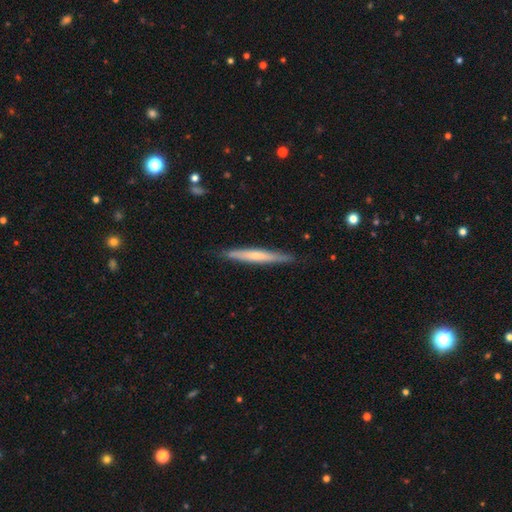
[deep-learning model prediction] Smooth or featured: smooth — 53% (featured or disk — 42%)
How rounded: cigar-shaped — 96% (in between — 3%)
Merging: none — 88% (minor disturbance — 9%)